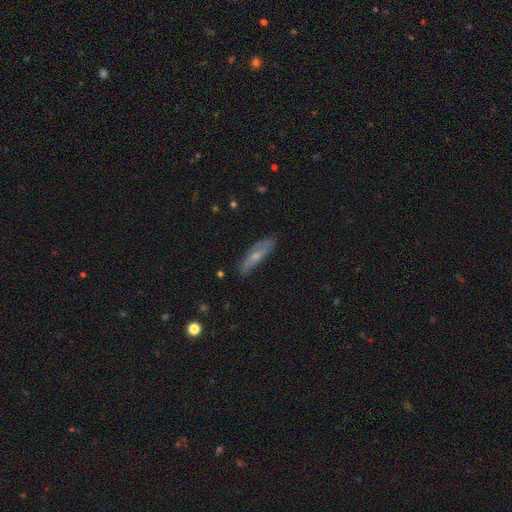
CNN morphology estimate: Smooth or featured: featured or disk — 53% (smooth — 40%)
Edge-on disk: yes — 51% (no — 49%)
Merging: none — 76% (minor disturbance — 18%)